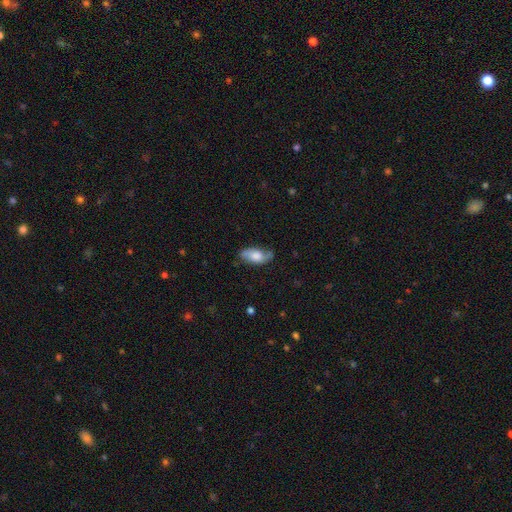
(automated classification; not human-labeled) Morphology: type=smooth (58%); roundness=in between (88%); merging=none (68%).